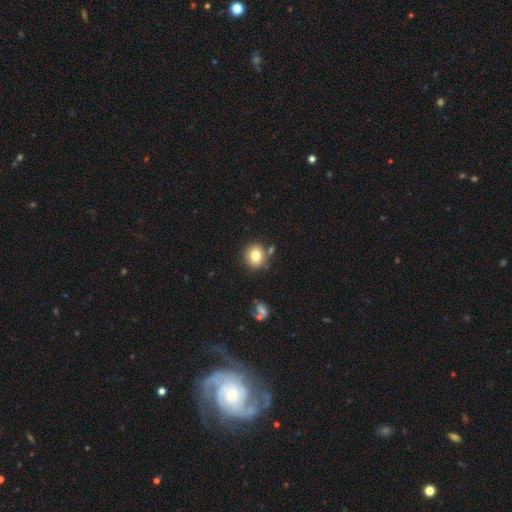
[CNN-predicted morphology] smooth-or-featured: smooth: 80% | star or artifact: 11% | featured or disk: 9%
  how-rounded: round: 81% | in between: 18% | cigar-shaped: 1%
  merging: none: 78% | minor disturbance: 11% | merger: 8% | major disturbance: 3%